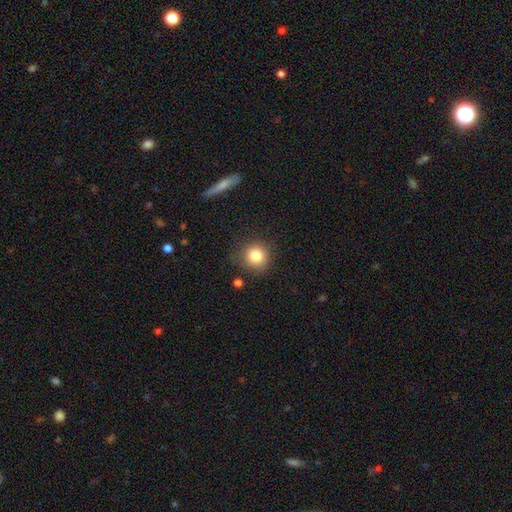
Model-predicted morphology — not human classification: This is clearly a smooth galaxy (82%). How rounded: clearly round (91%). Merging: clearly none (81%).